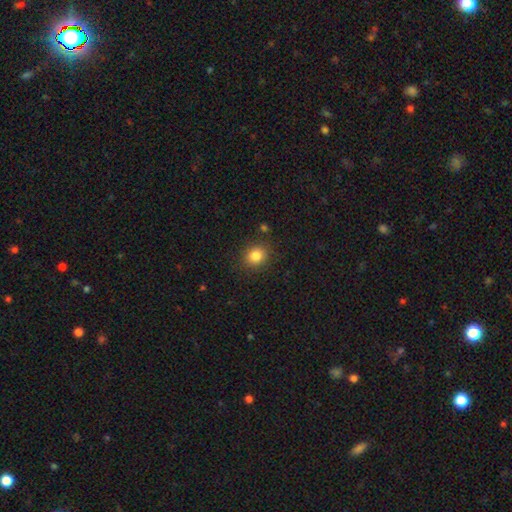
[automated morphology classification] smooth 83%, star or artifact 11%, featured or disk 5%. Down the decision tree: how rounded — round (71%); merging — none (87%).